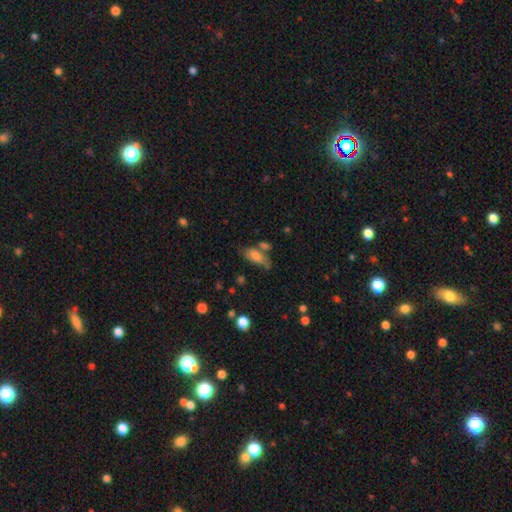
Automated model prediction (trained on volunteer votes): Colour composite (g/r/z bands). It shows a smooth galaxy with no disk features (72%) that is in between round and cigar-shaped (80%). Merging: none (43%).